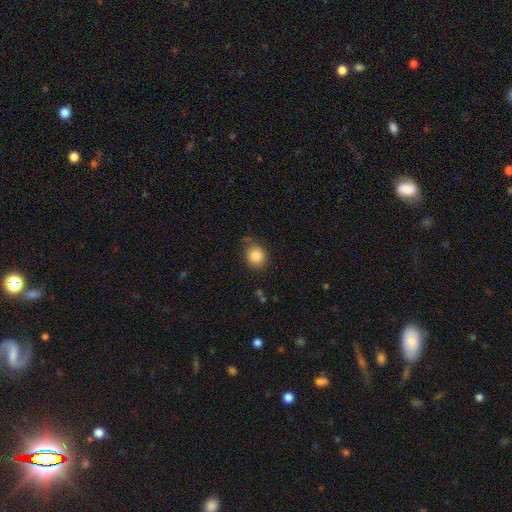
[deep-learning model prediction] Overall: smooth (85%). How rounded: round (84%). Merging: none (76%).